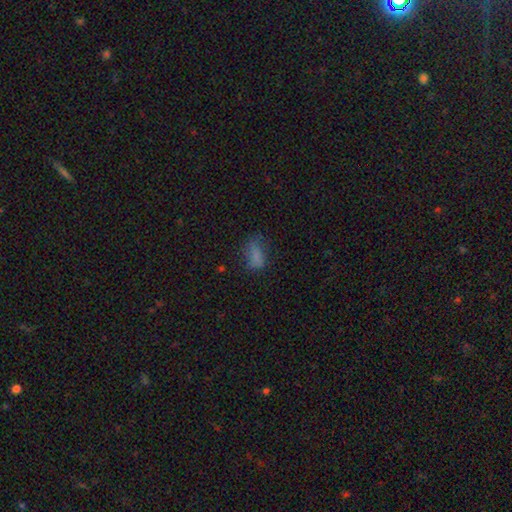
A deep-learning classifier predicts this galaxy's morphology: smooth_or_featured: smooth (p=0.75) [alt: star or artifact p=0.14]
how_rounded: in between (p=0.83) [alt: cigar-shaped p=0.10]
merging: none (p=0.55) [alt: minor disturbance p=0.27]